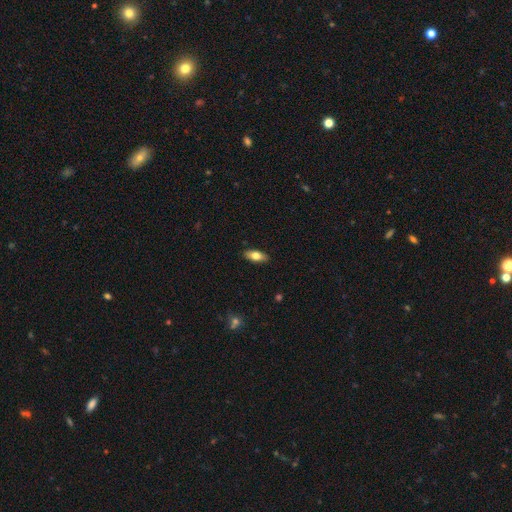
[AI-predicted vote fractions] This appears to be a smooth galaxy with no disk features (74%) that is in between round and cigar-shaped (83%). Merging: none (89%).